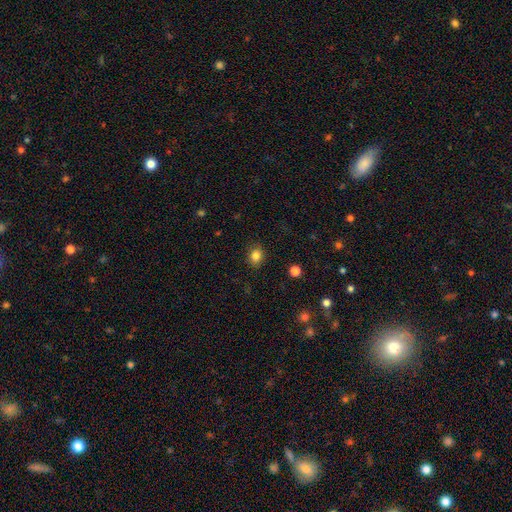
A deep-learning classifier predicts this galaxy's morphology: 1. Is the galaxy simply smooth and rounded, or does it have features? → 83% smooth, 11% star or artifact, 6% featured or disk.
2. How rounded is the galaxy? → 52% round, 47% in between, 1% cigar-shaped.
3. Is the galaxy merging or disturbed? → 87% none, 10% minor disturbance, 2% major disturbance, 1% merger.